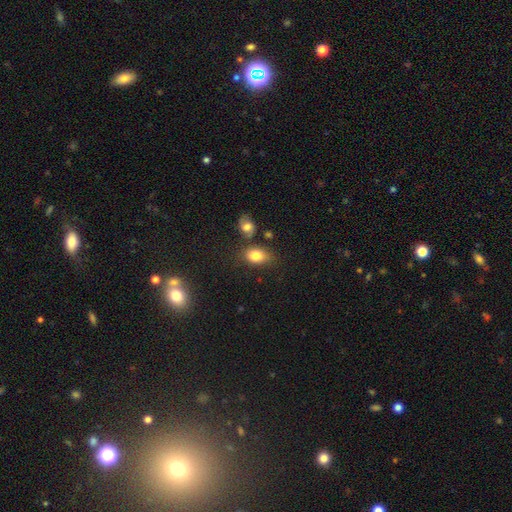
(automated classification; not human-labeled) This appears to be a smooth galaxy with no disk features (82%) that is in between round and cigar-shaped (80%). Merging: none (65%).